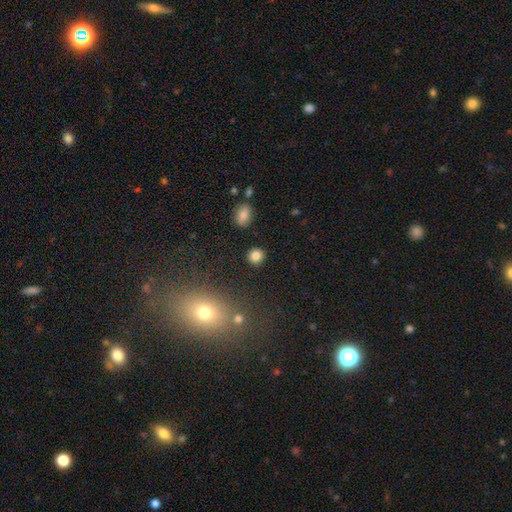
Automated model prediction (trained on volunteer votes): Smooth or featured?
  - smooth: 84% *
  - star or artifact: 11%
  - featured or disk: 5%
How rounded?
  - round: 88% *
  - in between: 11%
  - cigar-shaped: 1%
Merging?
  - none: 89% *
  - minor disturbance: 6%
  - major disturbance: 2%
  - merger: 2%